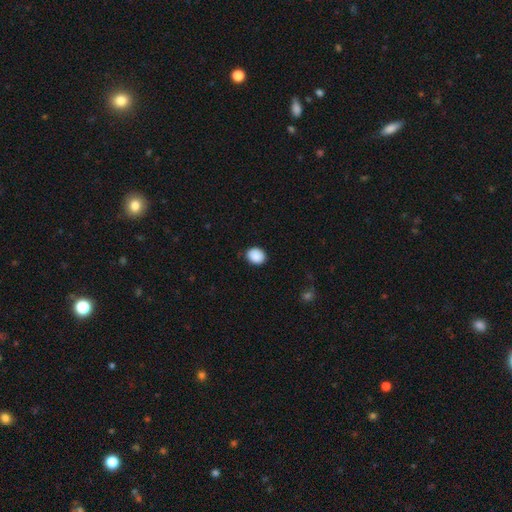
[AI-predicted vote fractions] Morphology: type=smooth (89%); roundness=round (61%); merging=none (86%).